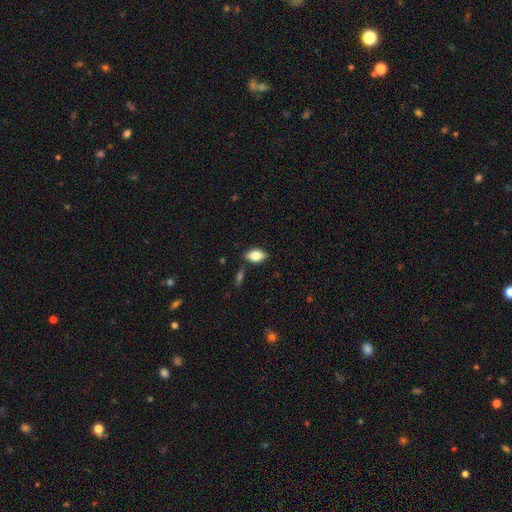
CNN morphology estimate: A smooth galaxy with no disk features (81%) that is in between round and cigar-shaped (91%). Merging: none (82%).